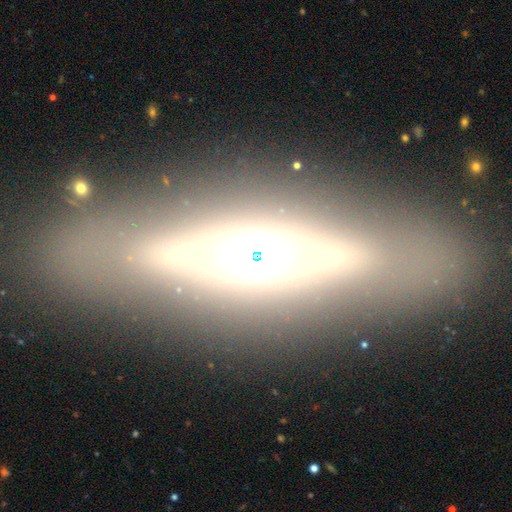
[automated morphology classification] Smooth or featured: featured or disk — 67% (smooth — 19%)
Edge-on disk: yes — 66% (no — 34%)
Merging: none — 81% (minor disturbance — 11%)